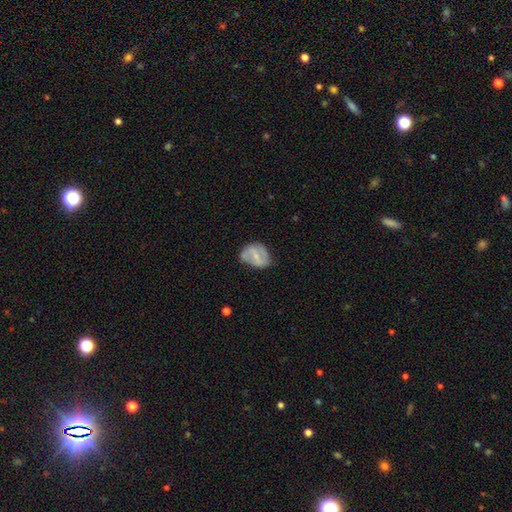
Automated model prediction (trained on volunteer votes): Q: Smooth or featured?
A: featured or disk (49%); runner-up: smooth (44%)
Q: Merging?
A: none (51%); runner-up: minor disturbance (33%)